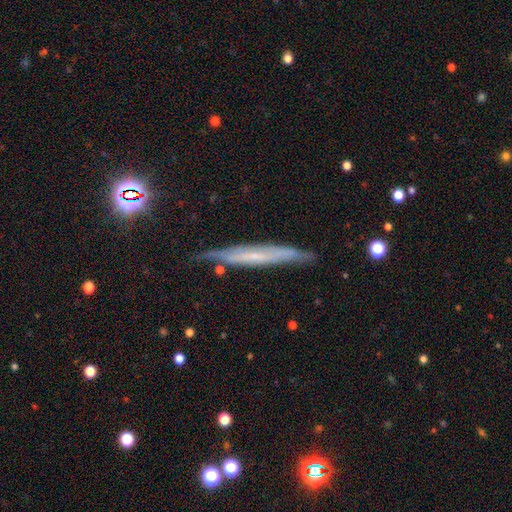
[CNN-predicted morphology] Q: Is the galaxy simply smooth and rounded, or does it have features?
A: featured or disk — 57%.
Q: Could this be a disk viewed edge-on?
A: yes — 86%.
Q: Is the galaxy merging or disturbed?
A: none — 77%.